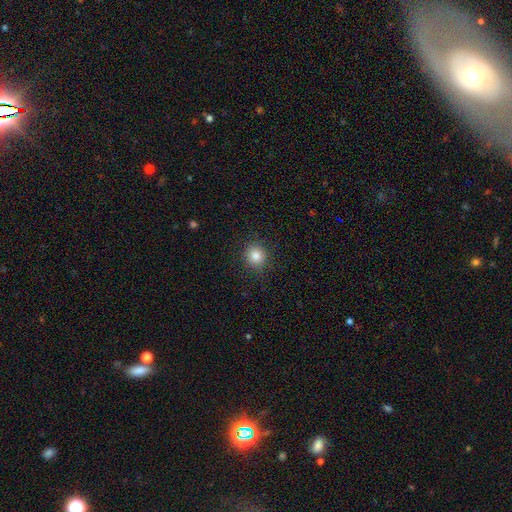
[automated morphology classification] Smooth or featured?
  - smooth: 83% *
  - star or artifact: 11%
  - featured or disk: 5%
How rounded?
  - round: 86% *
  - in between: 13%
  - cigar-shaped: 1%
Merging?
  - none: 89% *
  - minor disturbance: 7%
  - major disturbance: 2%
  - merger: 1%